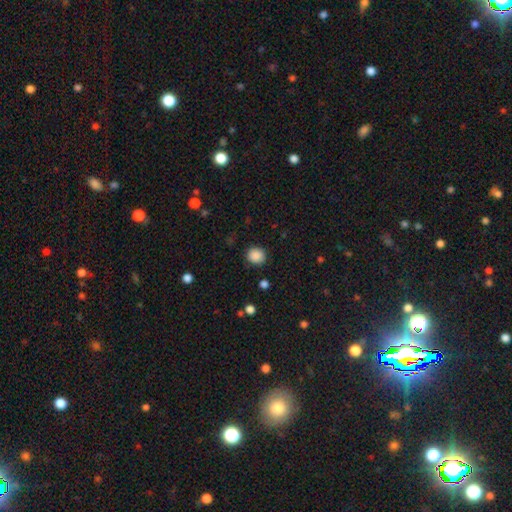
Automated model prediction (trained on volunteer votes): Smooth or featured? Predicted: smooth (p=0.88). How rounded? Predicted: round (p=0.87). Merging? Predicted: none (p=0.87).